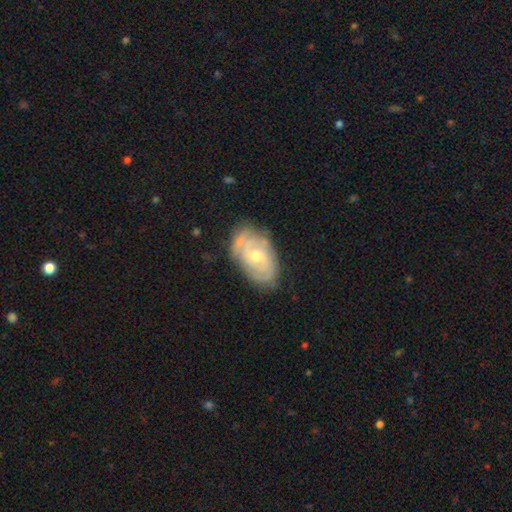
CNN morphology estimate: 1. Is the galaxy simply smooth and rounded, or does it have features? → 76% featured or disk, 18% smooth, 6% star or artifact.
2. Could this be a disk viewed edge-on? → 95% no, 5% yes.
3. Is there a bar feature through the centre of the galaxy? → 66% no, 29% weak, 5% strong.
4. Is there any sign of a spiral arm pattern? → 86% yes, 14% no.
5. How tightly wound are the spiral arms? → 67% tight, 25% medium, 7% loose.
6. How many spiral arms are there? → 42% can't tell, 33% 2, 13% 3, 5% 4, 4% 1, 3% more than 4.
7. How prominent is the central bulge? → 52% moderate, 44% small, 2% large, 1% none, 1% dominant.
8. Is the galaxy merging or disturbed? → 72% none, 21% minor disturbance, 5% major disturbance, 2% merger.